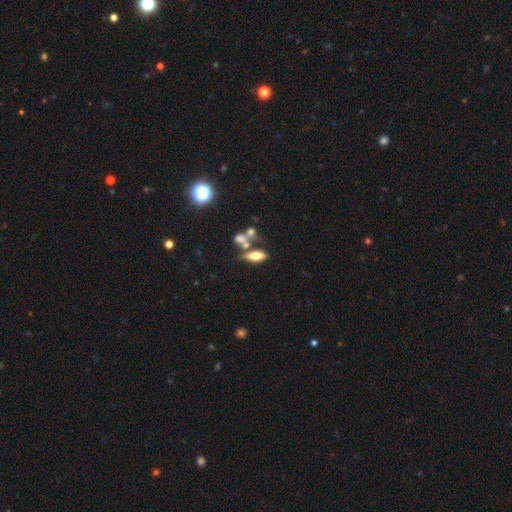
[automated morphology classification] This is possibly a smooth galaxy (60%). How rounded: likely in between (71%). Merging: possibly none (49%).